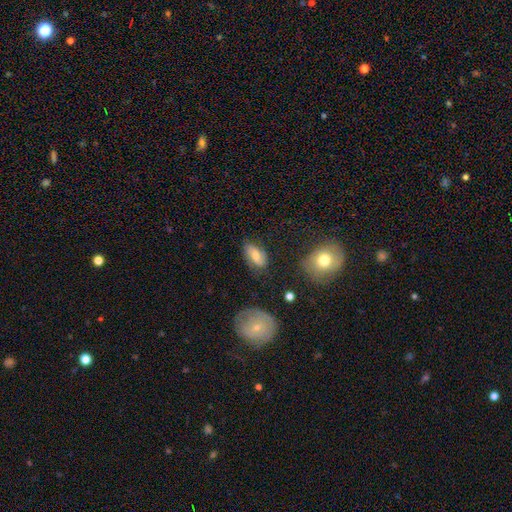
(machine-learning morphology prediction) Smooth or featured: smooth — 55% (featured or disk — 36%)
How rounded: in between — 90% (round — 7%)
Merging: none — 67% (minor disturbance — 23%)